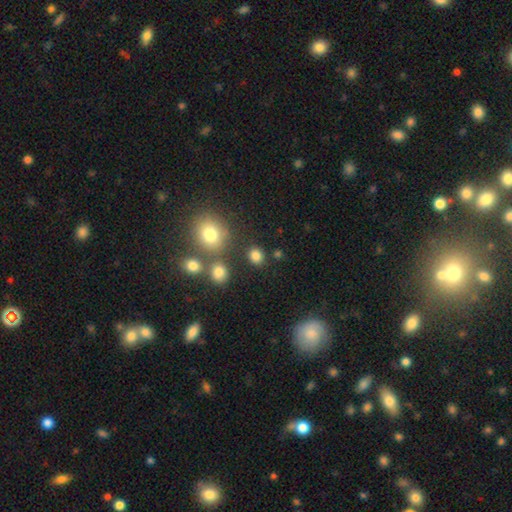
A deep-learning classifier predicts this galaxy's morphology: This appears to be a smooth galaxy with no disk features (81%) that is round (67%). Merging: none (79%).